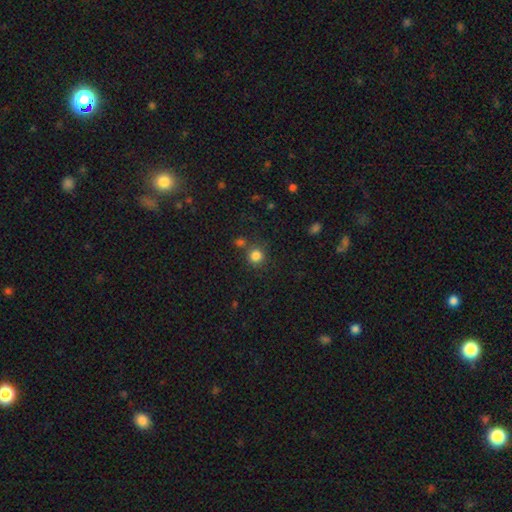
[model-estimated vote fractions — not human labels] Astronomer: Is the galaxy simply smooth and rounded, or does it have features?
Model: smooth — 83%.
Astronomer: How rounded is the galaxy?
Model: round — 92%.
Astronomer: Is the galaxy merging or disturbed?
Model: none — 77%.